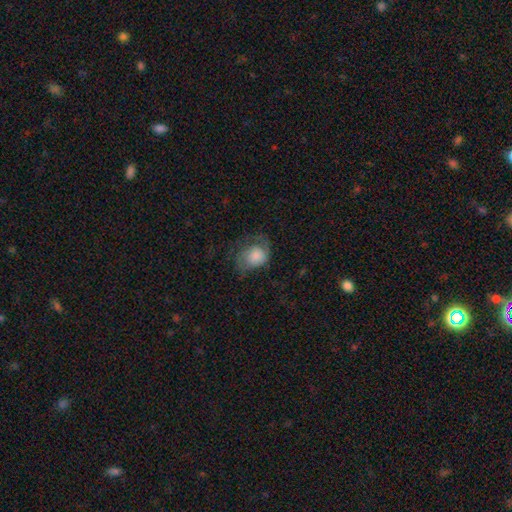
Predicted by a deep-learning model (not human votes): smooth-or-featured: smooth: 51% | featured or disk: 41% | star or artifact: 9%
  how-rounded: in between: 54% | round: 45% | cigar-shaped: 1%
  merging: none: 43% | major disturbance: 29% | minor disturbance: 26% | merger: 2%